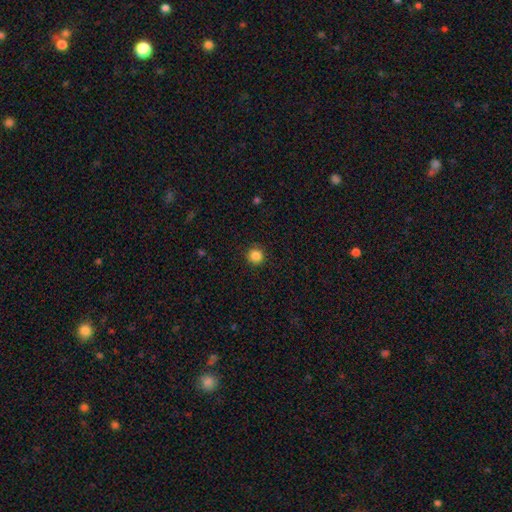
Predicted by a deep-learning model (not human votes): smooth 85%, star or artifact 11%, featured or disk 4%. Down the decision tree: how rounded — round (95%); merging — none (92%).